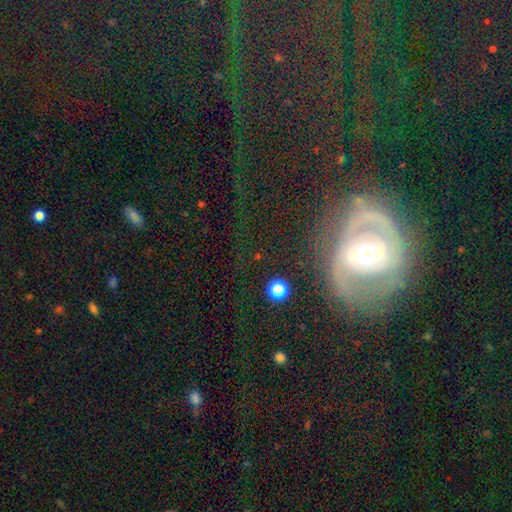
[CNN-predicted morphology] Smooth or featured? Predicted: featured or disk (p=0.54). Edge-on disk? Predicted: no (p=0.92). Merging? Predicted: none (p=0.68).